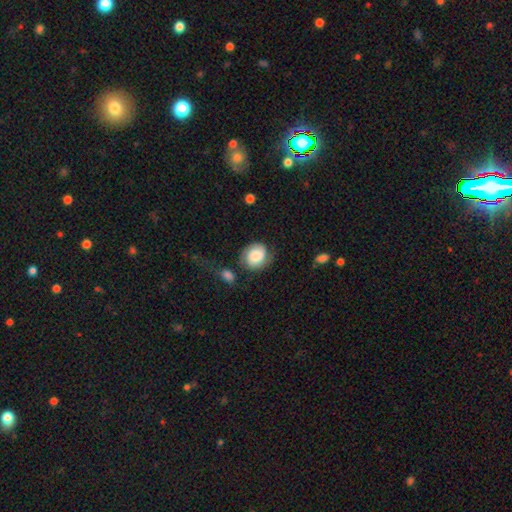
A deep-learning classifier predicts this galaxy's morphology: type=smooth (52%); roundness=round (65%); merging=none (57%).